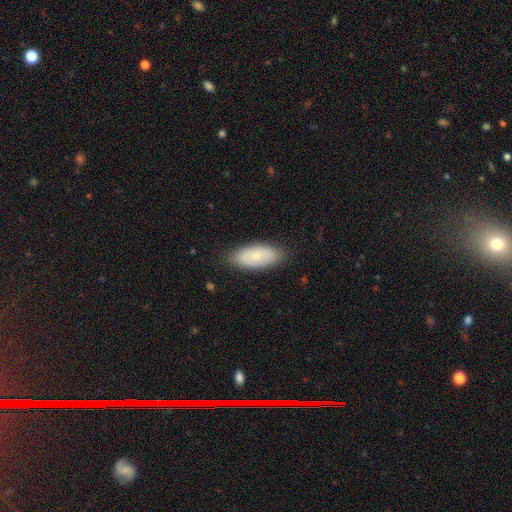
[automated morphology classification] A smooth galaxy with no disk features (64%) that is in between round and cigar-shaped (87%).

Vote fractions:
- Smooth or featured? smooth: 64% / featured or disk: 29% / star or artifact: 7%
- How rounded? in between: 87% / cigar-shaped: 11% / round: 3%
- Merging? none: 83% / minor disturbance: 13% / major disturbance: 3% / merger: 1%